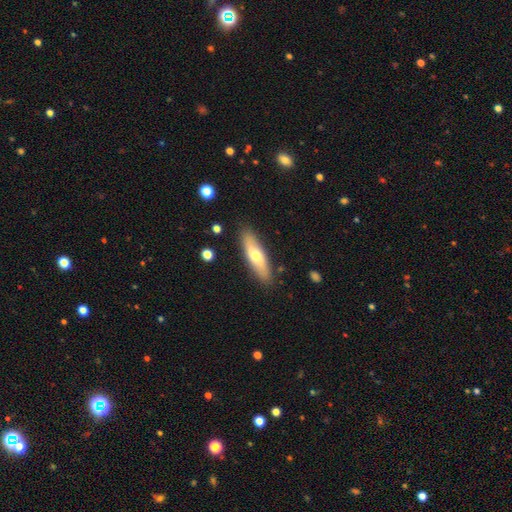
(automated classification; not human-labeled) This appears to be a smooth galaxy with no disk features (58%) that is cigar-shaped (56%). Merging: none (87%).